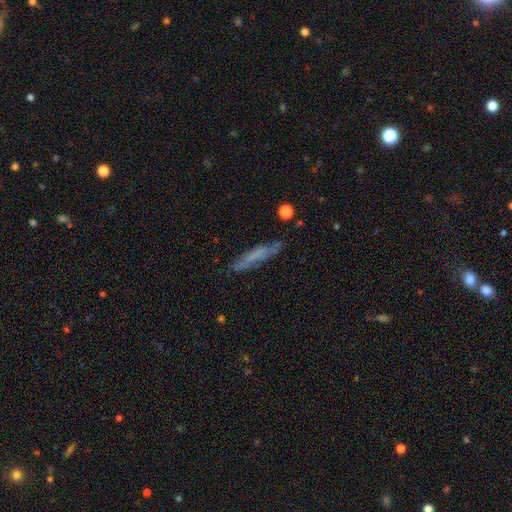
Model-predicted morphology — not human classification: Q: Smooth or featured?
A: smooth (53%); runner-up: featured or disk (38%)
Q: How rounded?
A: cigar-shaped (88%); runner-up: in between (11%)
Q: Merging?
A: none (75%); runner-up: minor disturbance (18%)